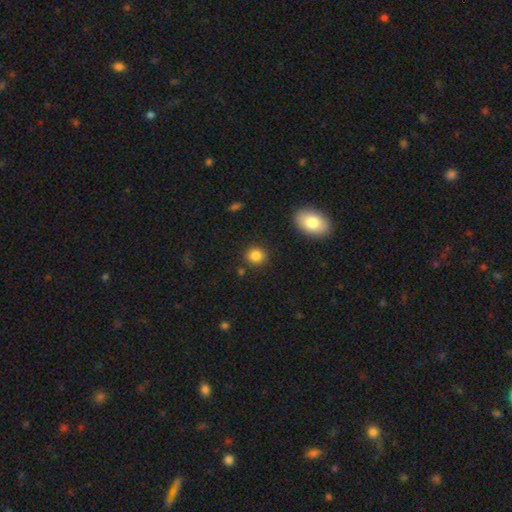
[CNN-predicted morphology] Overall: smooth (84%). How rounded: round (79%). Merging: none (86%).